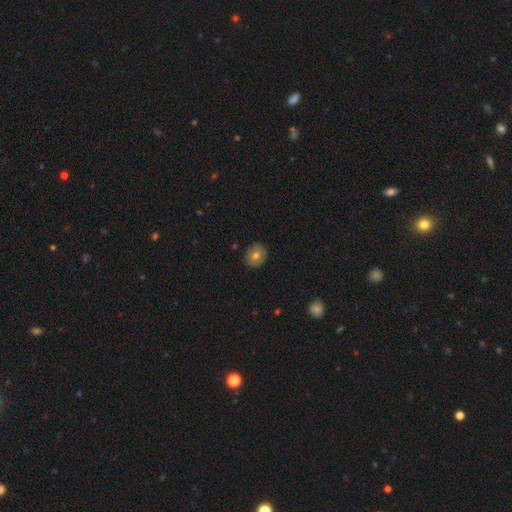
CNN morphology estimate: A smooth galaxy with no disk features (69%) that is round (74%).

Vote fractions:
- Smooth or featured? smooth: 69% / featured or disk: 22% / star or artifact: 9%
- How rounded? round: 74% / in between: 25% / cigar-shaped: 1%
- Merging? none: 87% / minor disturbance: 10% / major disturbance: 2% / merger: 1%